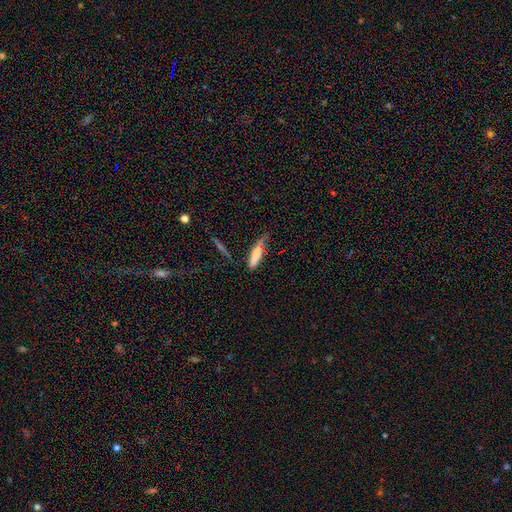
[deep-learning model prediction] Smooth or featured? Predicted: smooth (p=0.71). How rounded? Predicted: cigar-shaped (p=0.63). Merging? Predicted: none (p=0.48).